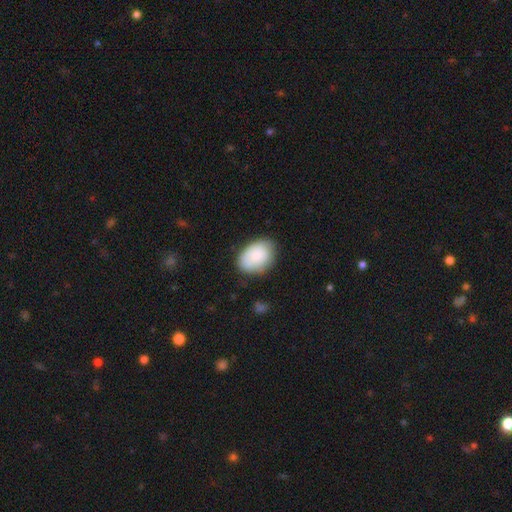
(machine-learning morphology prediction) Smooth or featured?
  - smooth: 84% *
  - featured or disk: 9%
  - star or artifact: 7%
How rounded?
  - in between: 82% *
  - round: 17%
  - cigar-shaped: 1%
Merging?
  - none: 70% *
  - minor disturbance: 22%
  - major disturbance: 5%
  - merger: 3%